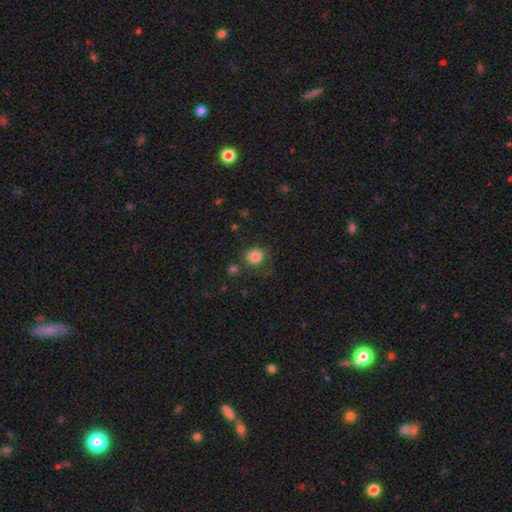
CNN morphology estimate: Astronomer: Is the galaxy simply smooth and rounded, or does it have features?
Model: smooth — 84%.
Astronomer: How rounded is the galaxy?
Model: round — 86%.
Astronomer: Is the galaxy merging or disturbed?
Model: none — 69%.